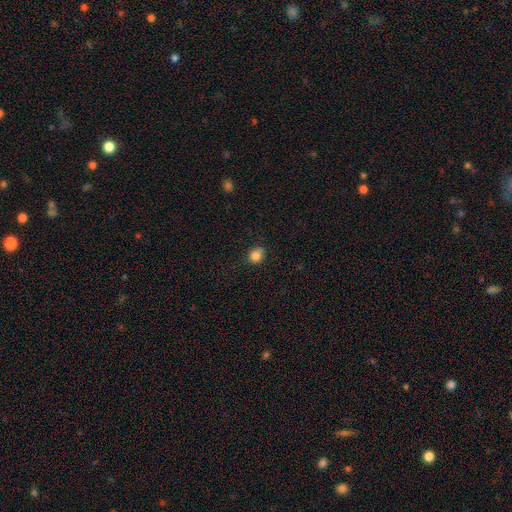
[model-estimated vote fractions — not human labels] Q: Smooth or featured?
A: smooth (83%); runner-up: star or artifact (11%)
Q: How rounded?
A: round (75%); runner-up: in between (24%)
Q: Merging?
A: none (72%); runner-up: minor disturbance (22%)